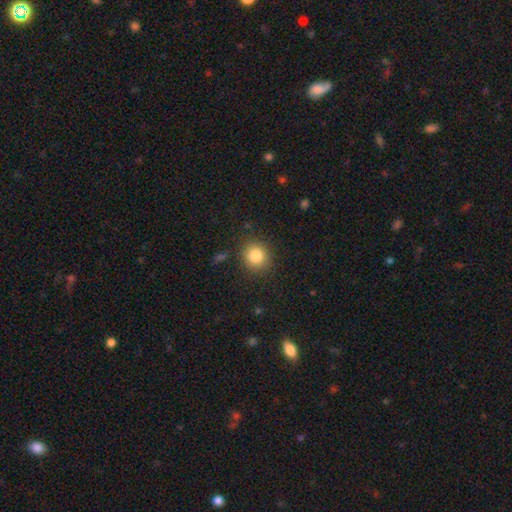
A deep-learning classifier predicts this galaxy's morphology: This appears to be a smooth galaxy with no disk features (83%) that is round (84%). Merging: none (87%).